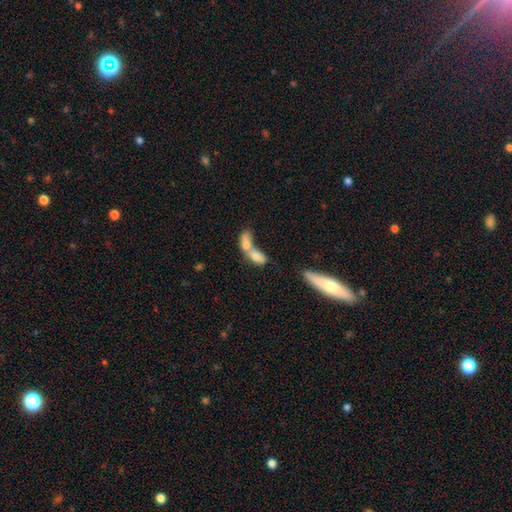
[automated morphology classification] smooth 71%, featured or disk 21%, star or artifact 8%. Down the decision tree: how rounded — in between (77%); merging — merger (76%).